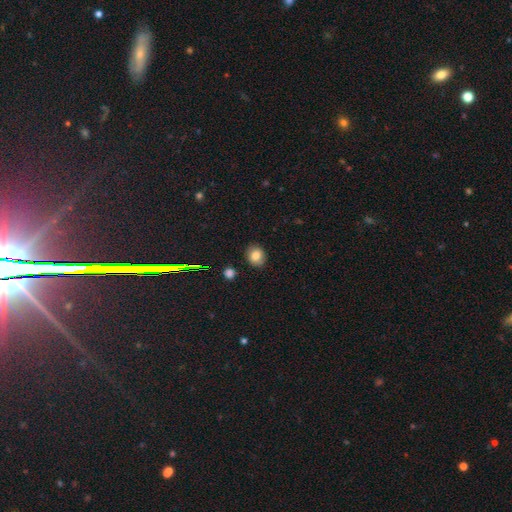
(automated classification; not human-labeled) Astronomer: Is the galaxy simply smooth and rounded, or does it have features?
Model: smooth — 81%.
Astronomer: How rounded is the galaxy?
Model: round — 68%.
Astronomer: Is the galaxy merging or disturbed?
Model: none — 85%.